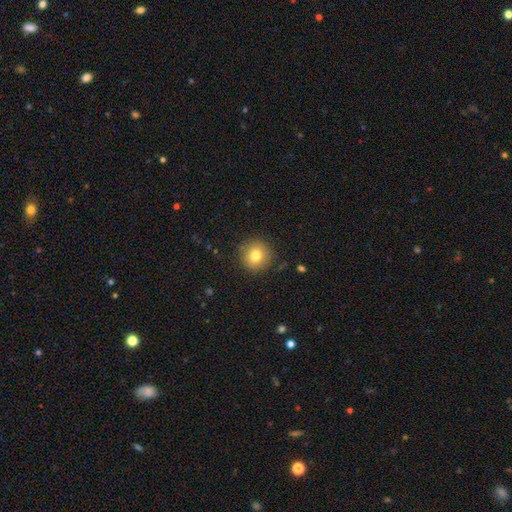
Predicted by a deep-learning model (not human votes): A smooth galaxy with no disk features (79%) that is round (94%).

Vote fractions:
- Smooth or featured? smooth: 79% / star or artifact: 11% / featured or disk: 10%
- How rounded? round: 94% / in between: 5% / cigar-shaped: 1%
- Merging? none: 89% / minor disturbance: 7% / major disturbance: 2% / merger: 1%